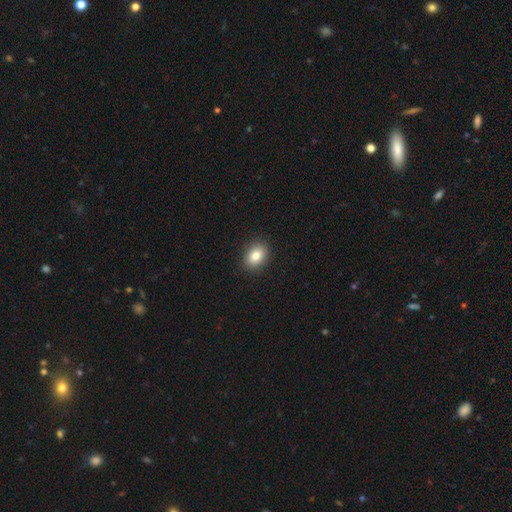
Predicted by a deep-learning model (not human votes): smooth 84%, star or artifact 9%, featured or disk 7%. Down the decision tree: how rounded — in between (74%); merging — none (90%).